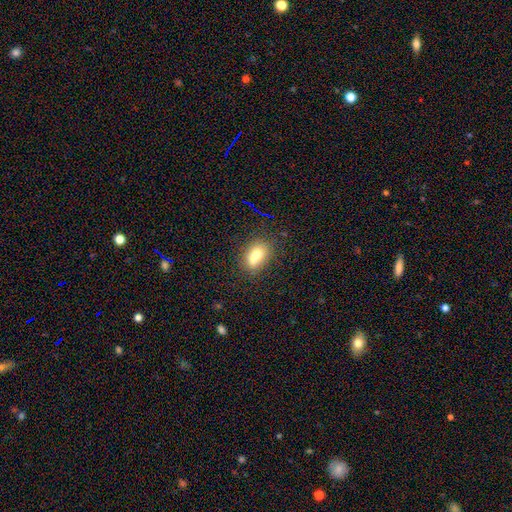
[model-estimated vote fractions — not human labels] A smooth galaxy with no disk features (72%) that is in between round and cigar-shaped (75%). Merging: none (52%).